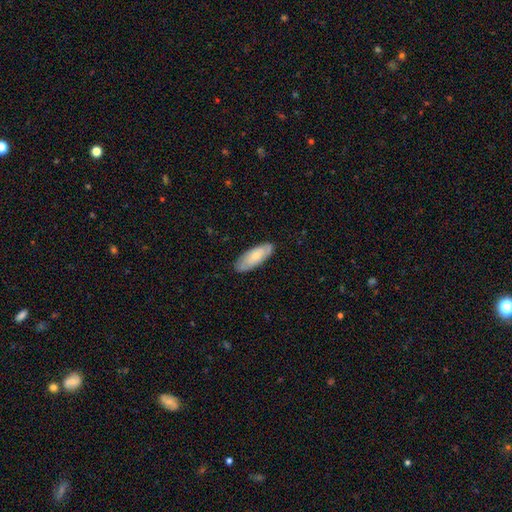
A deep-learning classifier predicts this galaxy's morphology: type=smooth (62%); roundness=in between (74%); merging=none (83%).